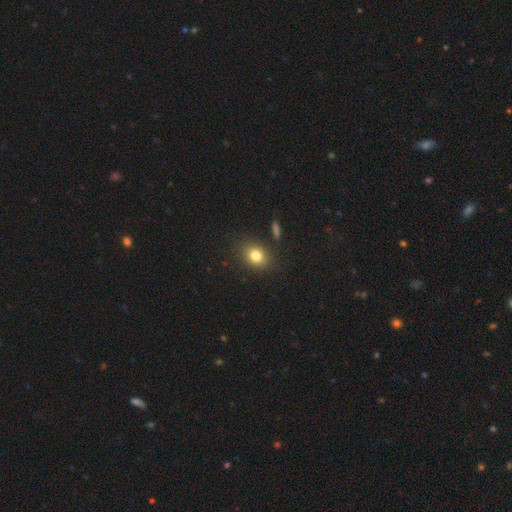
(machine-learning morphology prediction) A smooth galaxy with no disk features (80%) that is round (53%). Merging: none (85%).